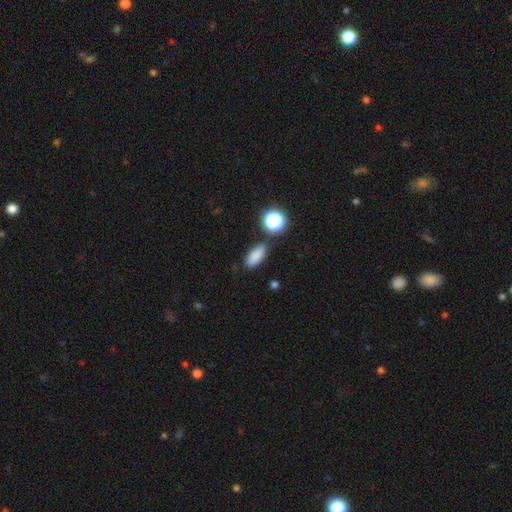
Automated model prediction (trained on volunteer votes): smooth_or_featured: smooth (p=0.83) [alt: star or artifact p=0.12]
how_rounded: in between (p=0.84) [alt: cigar-shaped p=0.08]
merging: none (p=0.82) [alt: minor disturbance p=0.10]